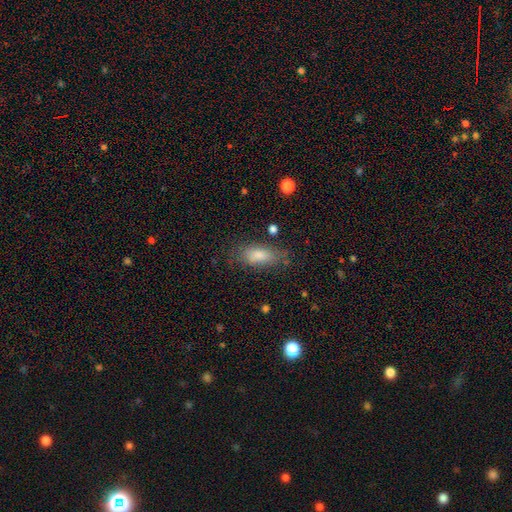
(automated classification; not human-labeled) This is likely a smooth galaxy (75%). How rounded: likely in between (69%). Merging: likely none (75%).